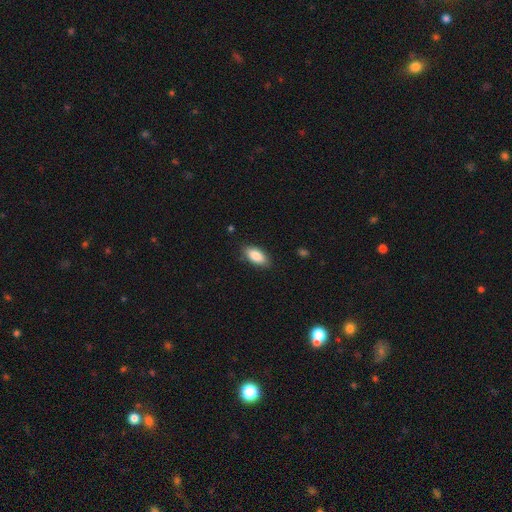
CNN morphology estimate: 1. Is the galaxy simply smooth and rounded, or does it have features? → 86% smooth, 7% featured or disk, 6% star or artifact.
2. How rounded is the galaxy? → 89% in between, 8% cigar-shaped, 3% round.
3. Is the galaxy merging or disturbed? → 85% none, 11% minor disturbance, 2% major disturbance, 1% merger.